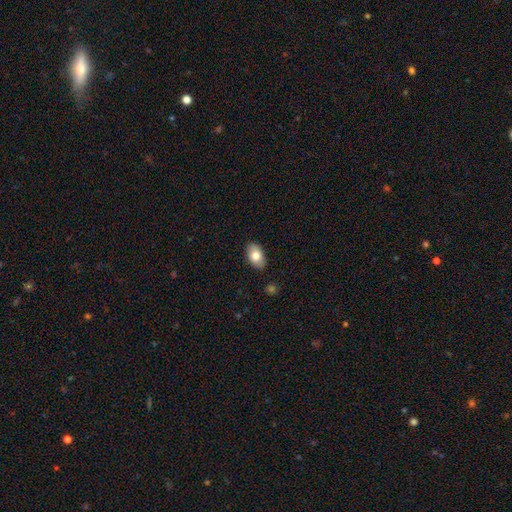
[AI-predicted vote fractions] This is likely a smooth galaxy (78%). How rounded: clearly in between (92%). Merging: clearly none (87%).